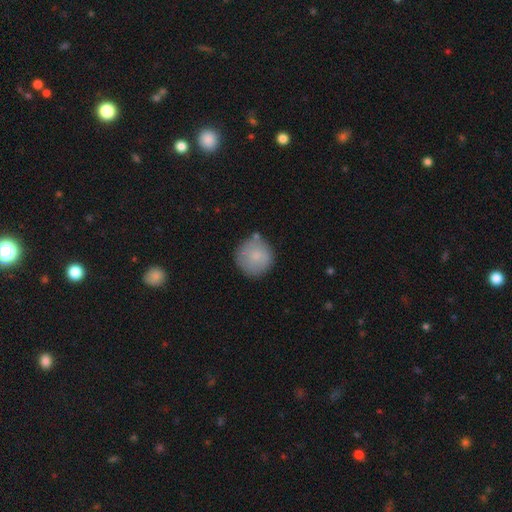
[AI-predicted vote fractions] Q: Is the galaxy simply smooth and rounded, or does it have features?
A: smooth — 80%.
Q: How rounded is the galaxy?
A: round — 94%.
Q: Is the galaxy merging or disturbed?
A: none — 75%.